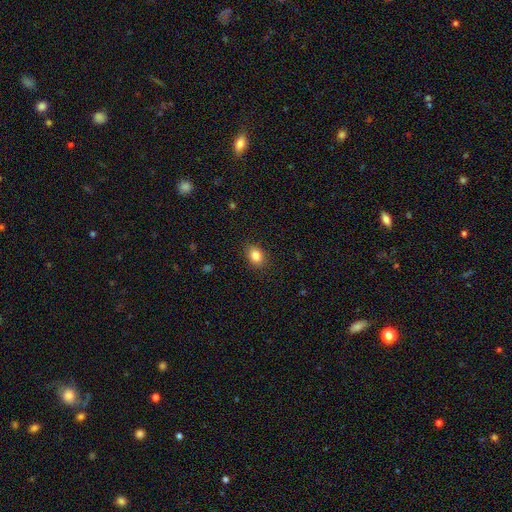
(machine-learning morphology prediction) type=smooth (85%); roundness=in between (64%); merging=none (88%).